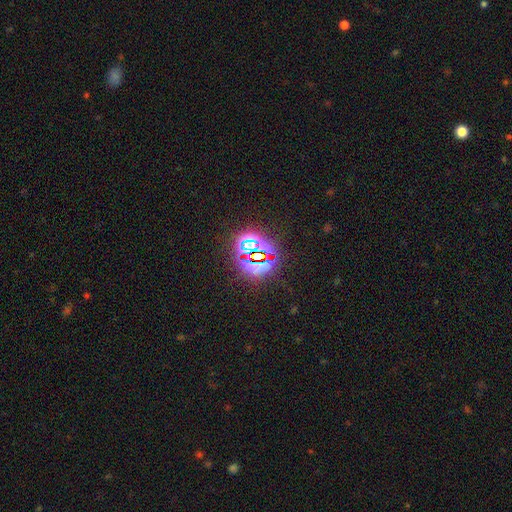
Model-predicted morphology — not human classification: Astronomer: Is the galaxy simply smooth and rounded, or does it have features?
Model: star or artifact — 79%.